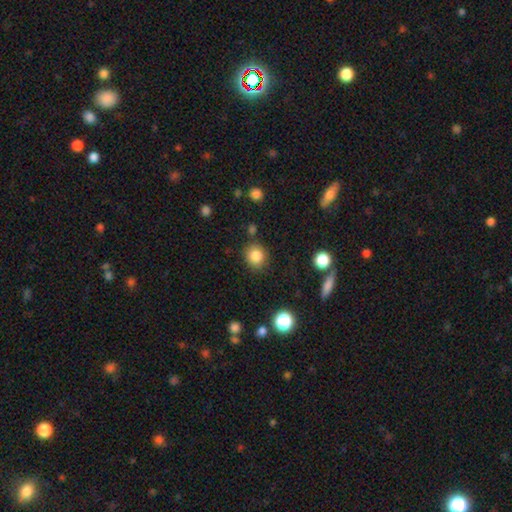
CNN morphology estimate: smooth-or-featured: smooth: 84% | star or artifact: 10% | featured or disk: 6%
  how-rounded: round: 81% | in between: 18% | cigar-shaped: 1%
  merging: none: 84% | minor disturbance: 9% | merger: 4% | major disturbance: 3%